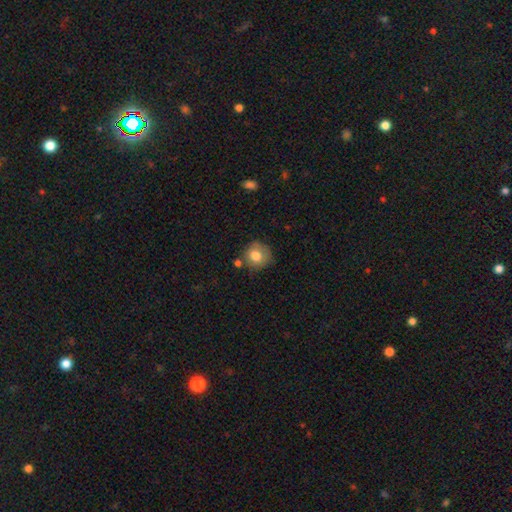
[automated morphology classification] Smooth or featured: smooth — 78% (featured or disk — 13%)
How rounded: round — 85% (in between — 14%)
Merging: none — 67% (minor disturbance — 20%)